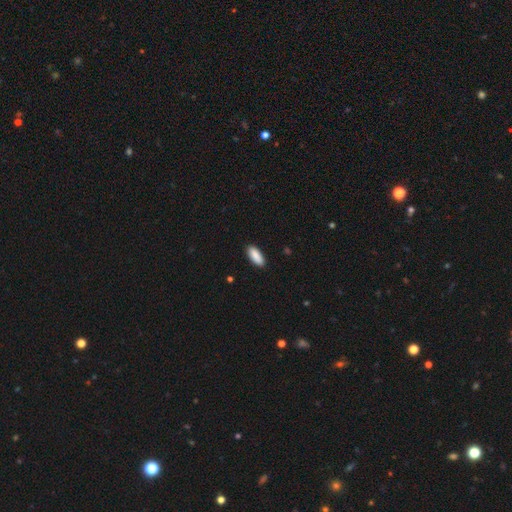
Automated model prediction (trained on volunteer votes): A smooth galaxy with no disk features (90%) that is in between round and cigar-shaped (77%). Merging: none (89%).